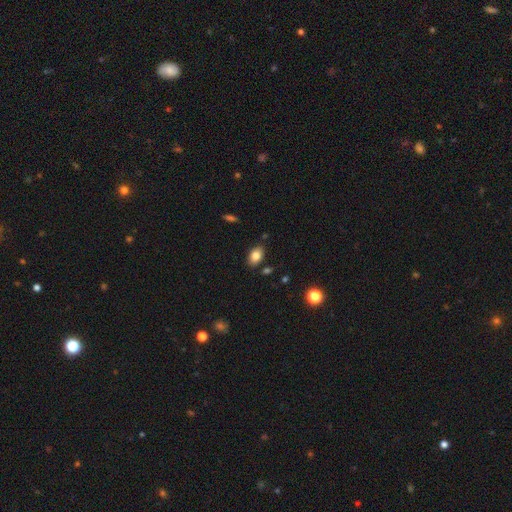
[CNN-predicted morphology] Smooth or featured: smooth — 82% (featured or disk — 10%)
How rounded: in between — 88% (round — 10%)
Merging: none — 84% (minor disturbance — 11%)